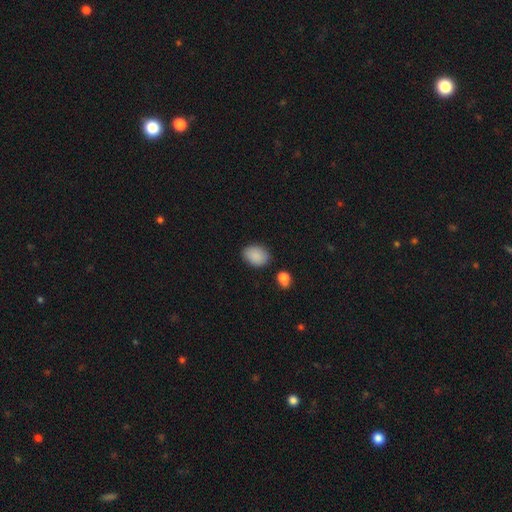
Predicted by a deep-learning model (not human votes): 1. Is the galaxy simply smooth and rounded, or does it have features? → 89% smooth, 7% star or artifact, 4% featured or disk.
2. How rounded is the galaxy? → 71% in between, 27% round, 1% cigar-shaped.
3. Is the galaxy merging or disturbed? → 80% none, 14% minor disturbance, 3% major disturbance, 3% merger.